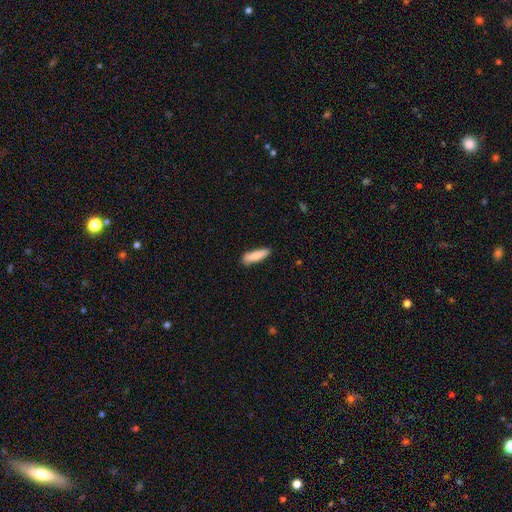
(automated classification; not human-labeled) smooth 83%, featured or disk 11%, star or artifact 6%. Down the decision tree: how rounded — cigar-shaped (67%); merging — none (83%).